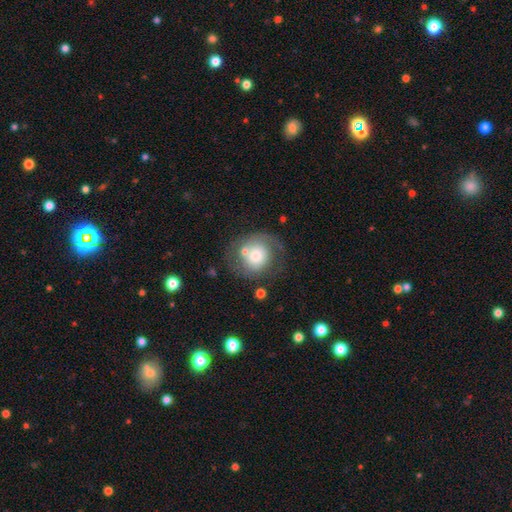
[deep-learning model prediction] A featured or disk galaxy (49%).

Vote fractions:
- Smooth or featured? featured or disk: 49% / smooth: 43% / star or artifact: 8%
- Merging? none: 55% / minor disturbance: 20% / major disturbance: 16% / merger: 10%